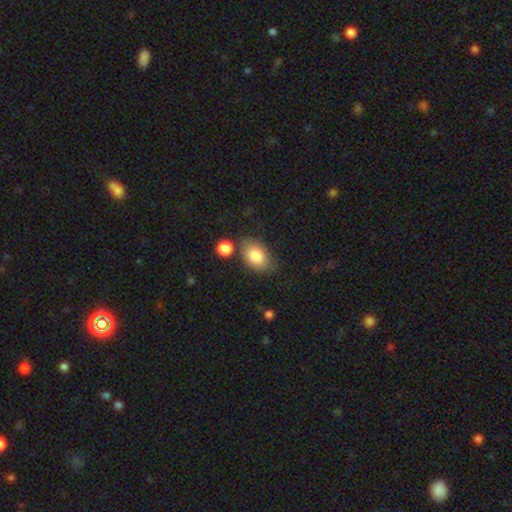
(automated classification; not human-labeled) smooth 82%, featured or disk 11%, star or artifact 7%. Down the decision tree: how rounded — in between (85%); merging — none (67%).